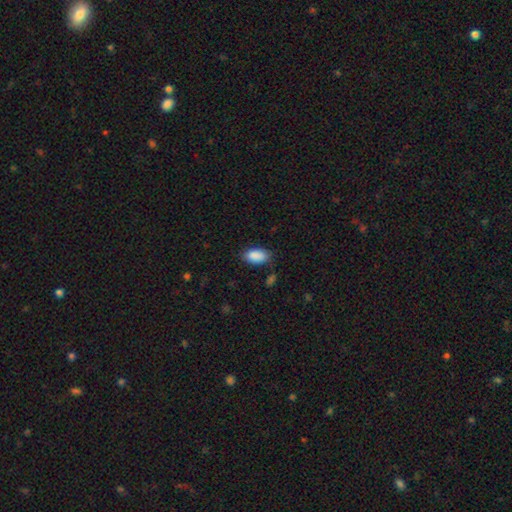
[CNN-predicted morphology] smooth_or_featured: smooth (p=0.90) [alt: star or artifact p=0.07]
how_rounded: in between (p=0.94) [alt: cigar-shaped p=0.03]
merging: none (p=0.83) [alt: minor disturbance p=0.12]